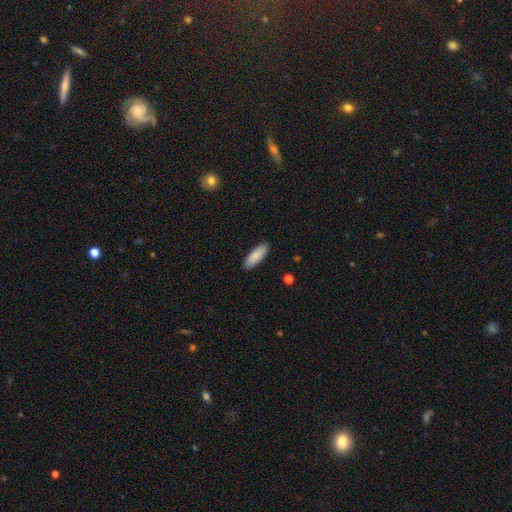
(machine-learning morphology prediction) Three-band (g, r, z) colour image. It shows a smooth galaxy with no disk features (87%) that is in between round and cigar-shaped (64%). Merging: none (89%).